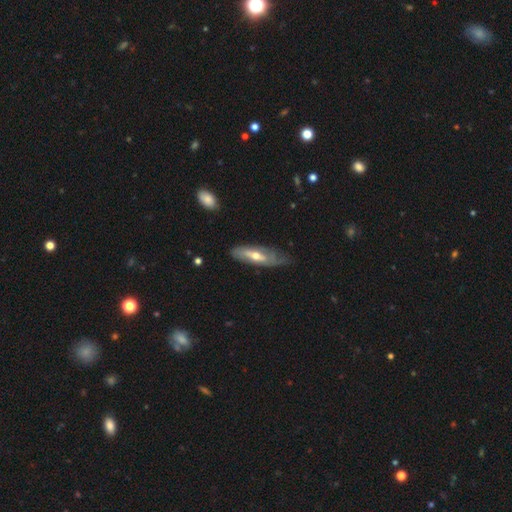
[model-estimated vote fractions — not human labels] The model was most divided on "smooth or featured": featured or disk: 59%, smooth: 35%, star or artifact: 6%. More confident: edge-on disk — no (65%); merging — none (58%).